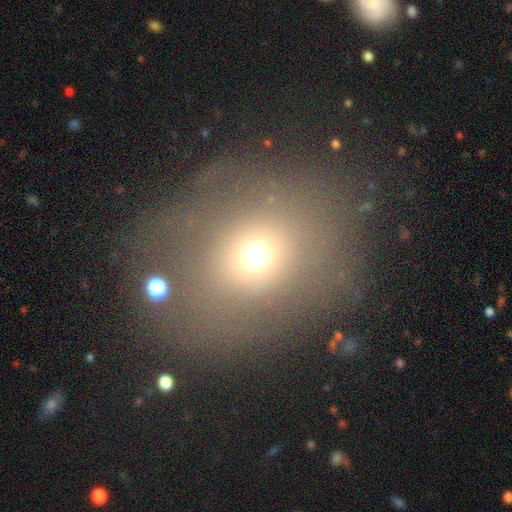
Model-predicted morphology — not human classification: Smooth or featured? smooth (62%)
How rounded? round (68%)
Merging? none (64%)